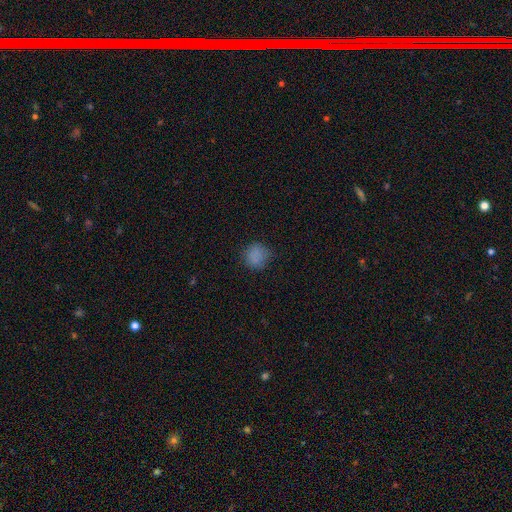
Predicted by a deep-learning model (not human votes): Overall: smooth (82%). How rounded: round (87%). Merging: none (79%).